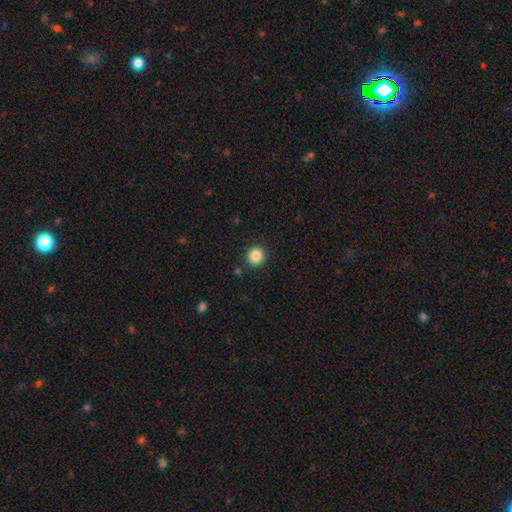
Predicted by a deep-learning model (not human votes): Smooth or featured? Predicted: smooth (p=0.87). How rounded? Predicted: round (p=0.92). Merging? Predicted: none (p=0.89).